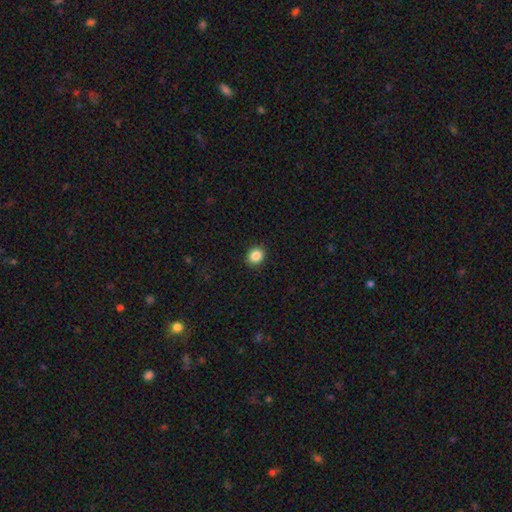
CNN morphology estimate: Q: Smooth or featured?
A: smooth (86%); runner-up: star or artifact (10%)
Q: How rounded?
A: round (76%); runner-up: in between (24%)
Q: Merging?
A: none (92%); runner-up: minor disturbance (6%)